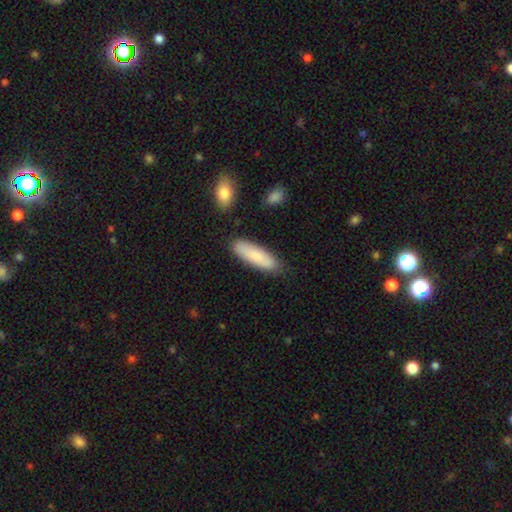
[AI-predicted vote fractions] smooth_or_featured: smooth (p=0.82) [alt: featured or disk p=0.12]
how_rounded: cigar-shaped (p=0.57) [alt: in between p=0.42]
merging: none (p=0.83) [alt: minor disturbance p=0.11]